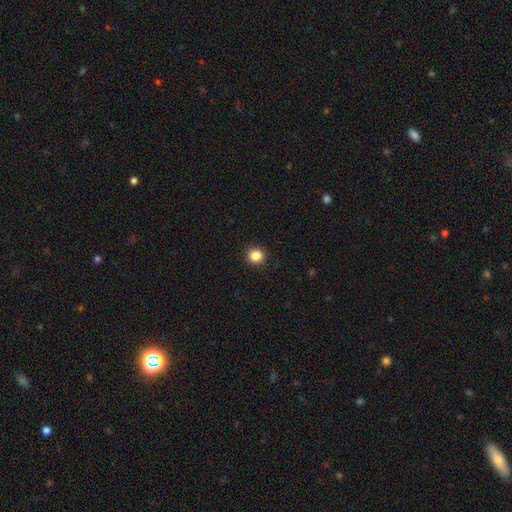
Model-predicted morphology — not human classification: Overall: smooth (86%). How rounded: round (91%). Merging: none (92%).